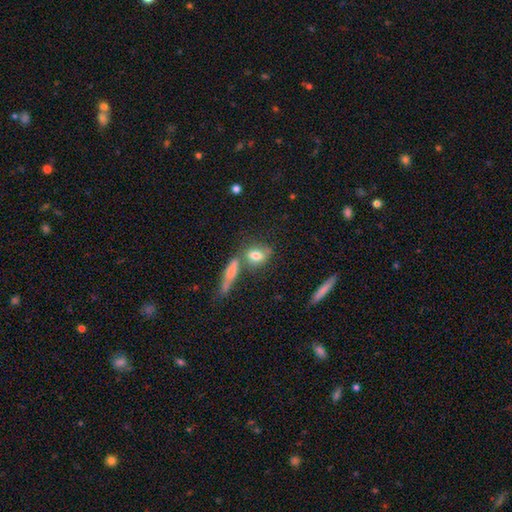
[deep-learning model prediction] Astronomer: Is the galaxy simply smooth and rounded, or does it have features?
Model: smooth — 72%.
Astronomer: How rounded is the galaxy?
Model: in between — 63%.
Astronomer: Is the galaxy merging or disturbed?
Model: none — 51% (runner-up: merger, 28%).